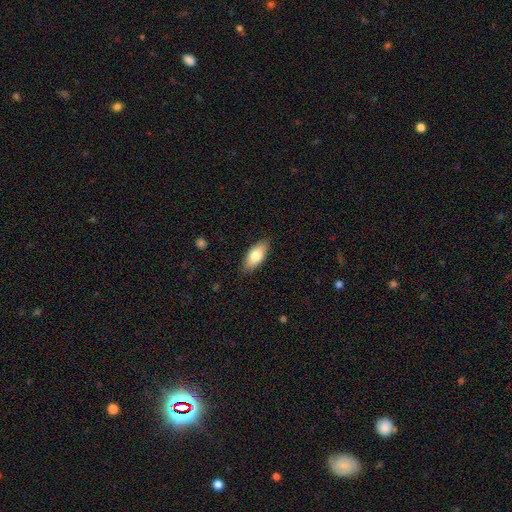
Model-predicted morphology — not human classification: The model was most divided on "smooth or featured": smooth: 77%, featured or disk: 17%, star or artifact: 6%. More confident: merging — none (87%); how rounded — in between (83%).